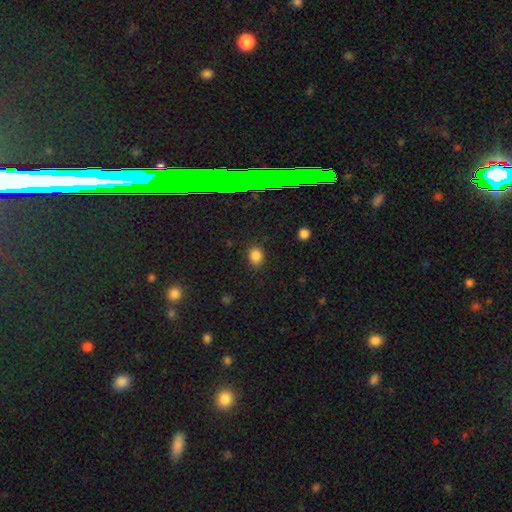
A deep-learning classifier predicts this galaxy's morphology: smooth-or-featured: smooth: 80% | star or artifact: 15% | featured or disk: 5%
  how-rounded: round: 56% | in between: 43% | cigar-shaped: 1%
  merging: none: 86% | minor disturbance: 10% | major disturbance: 3% | merger: 1%